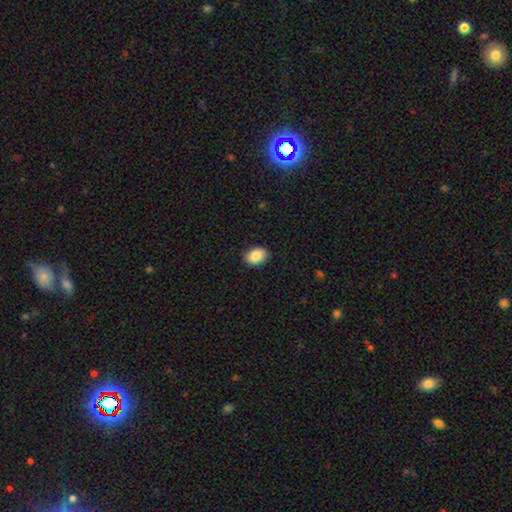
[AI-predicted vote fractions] Morphology: type=smooth (86%); roundness=in between (81%); merging=none (90%).